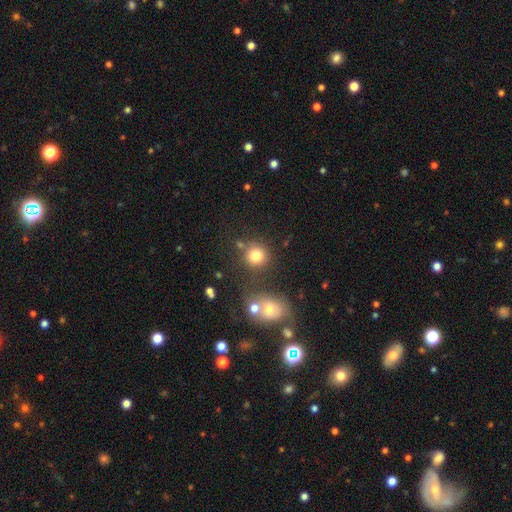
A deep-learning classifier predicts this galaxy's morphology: type=smooth (79%); roundness=round (89%); merging=none (72%).